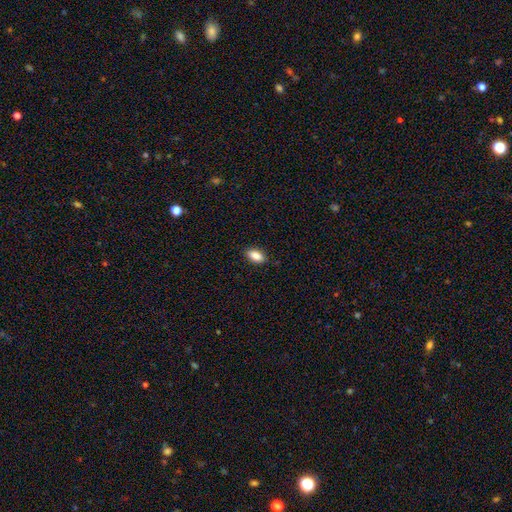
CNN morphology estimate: The model was most divided on "merging": none: 88%, minor disturbance: 9%, major disturbance: 2%, merger: 1%. More confident: how rounded — in between (92%); smooth or featured — smooth (88%).